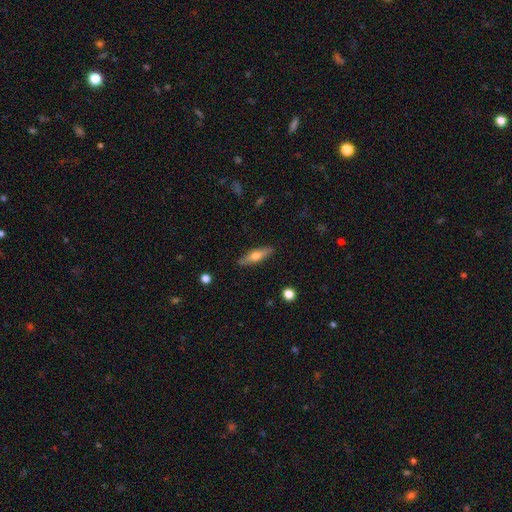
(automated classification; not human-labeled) Smooth or featured?
  - featured or disk: 48% *
  - smooth: 46%
  - star or artifact: 6%
Merging?
  - none: 88% *
  - minor disturbance: 9%
  - major disturbance: 2%
  - merger: 1%